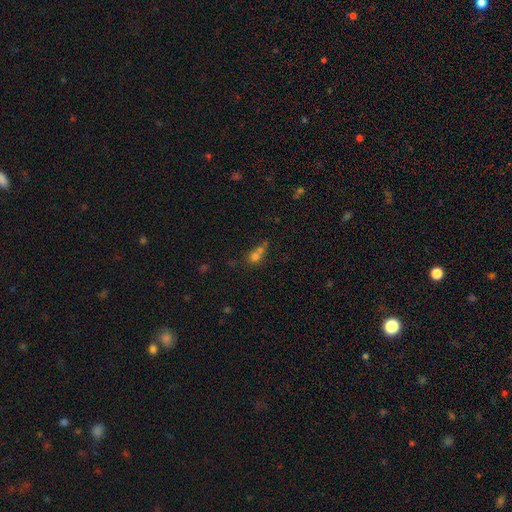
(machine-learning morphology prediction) A smooth galaxy with no disk features (64%) that is round (74%). Merging: merger (52%).